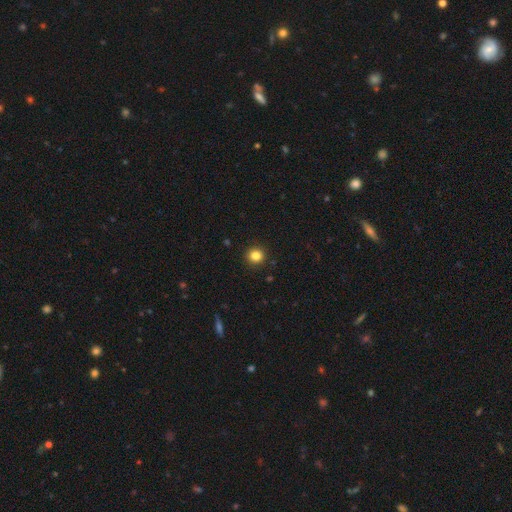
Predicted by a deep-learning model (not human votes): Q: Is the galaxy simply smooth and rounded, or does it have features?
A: smooth — 84%.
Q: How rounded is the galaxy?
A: round — 91%.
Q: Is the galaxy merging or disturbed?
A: none — 92%.